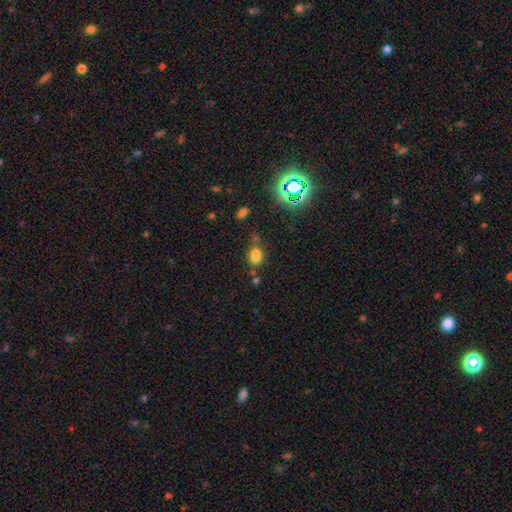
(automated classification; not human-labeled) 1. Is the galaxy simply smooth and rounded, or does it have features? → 70% smooth, 22% star or artifact, 8% featured or disk.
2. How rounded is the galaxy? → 74% in between, 24% round, 2% cigar-shaped.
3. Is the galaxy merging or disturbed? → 57% none, 19% minor disturbance, 17% merger, 7% major disturbance.